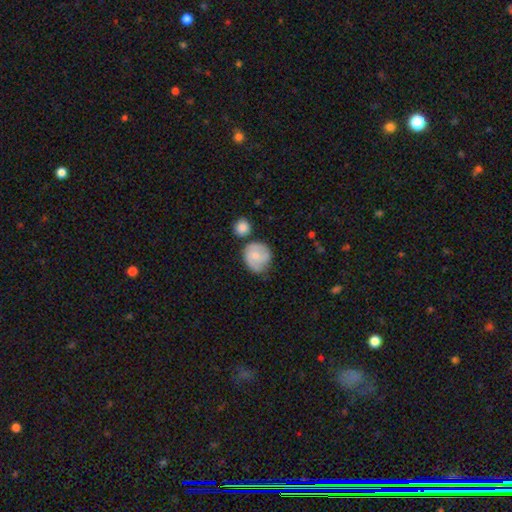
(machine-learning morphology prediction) smooth 62%, featured or disk 31%, star or artifact 7%. Down the decision tree: how rounded — round (83%); merging — none (56%).